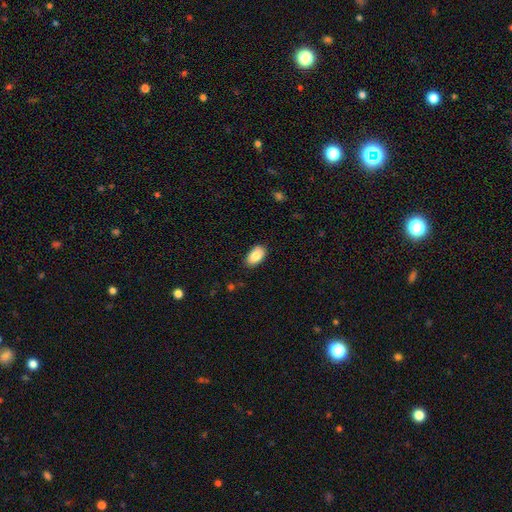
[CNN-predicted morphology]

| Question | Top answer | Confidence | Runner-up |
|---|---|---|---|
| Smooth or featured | smooth | 85% | featured or disk (8%) |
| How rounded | in between | 93% | round (6%) |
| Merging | none | 85% | minor disturbance (12%) |